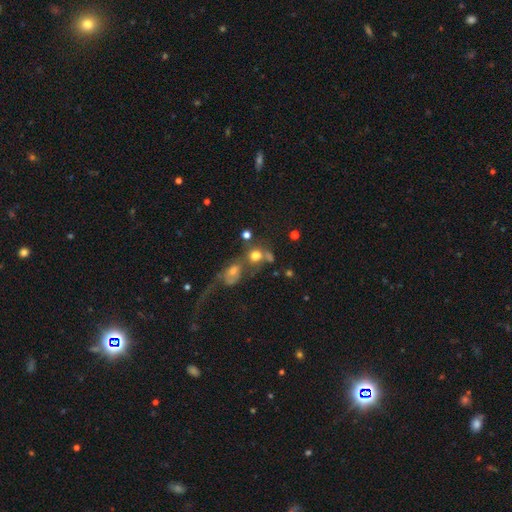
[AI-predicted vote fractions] smooth 66%, star or artifact 17%, featured or disk 16%. Down the decision tree: how rounded — round (75%); merging — merger (46%).